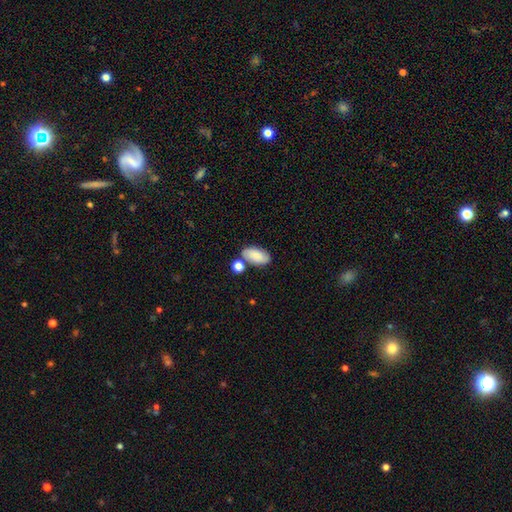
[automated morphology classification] smooth_or_featured: smooth (p=0.81) [alt: featured or disk p=0.12]
how_rounded: in between (p=0.92) [alt: round p=0.05]
merging: none (p=0.64) [alt: minor disturbance p=0.16]